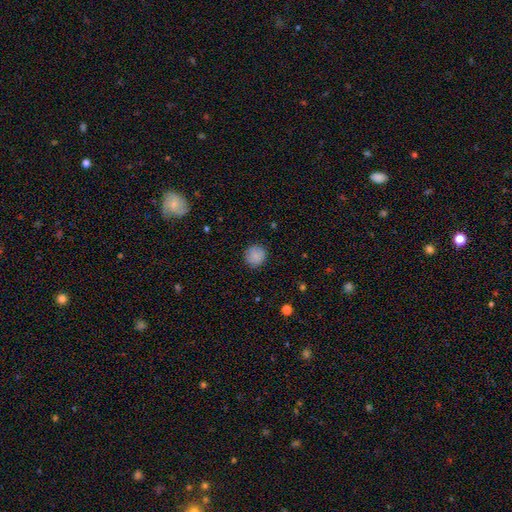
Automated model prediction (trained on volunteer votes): Smooth or featured: smooth — 86% (star or artifact — 8%)
How rounded: round — 93% (in between — 6%)
Merging: none — 89% (minor disturbance — 8%)